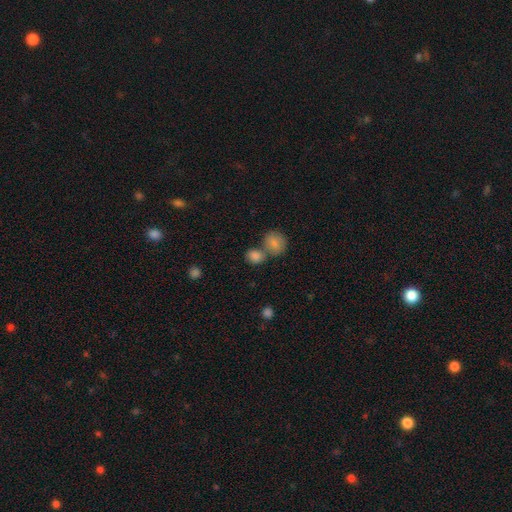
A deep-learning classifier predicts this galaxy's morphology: type=smooth (84%); roundness=round (62%); merging=merger (48%).